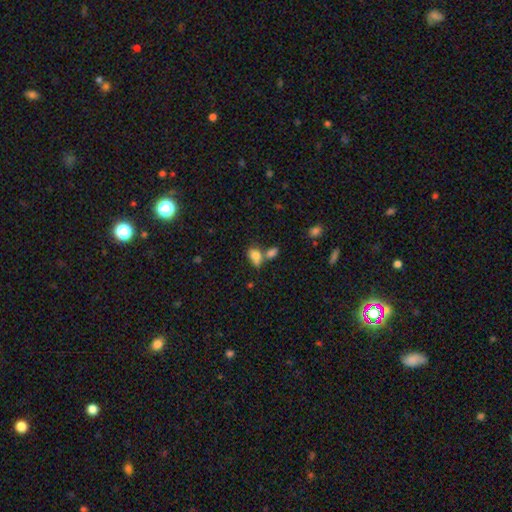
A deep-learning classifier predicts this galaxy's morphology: smooth-or-featured: smooth: 80% | featured or disk: 11% | star or artifact: 10%
  how-rounded: in between: 82% | round: 15% | cigar-shaped: 2%
  merging: merger: 49% | none: 33% | minor disturbance: 12% | major disturbance: 6%